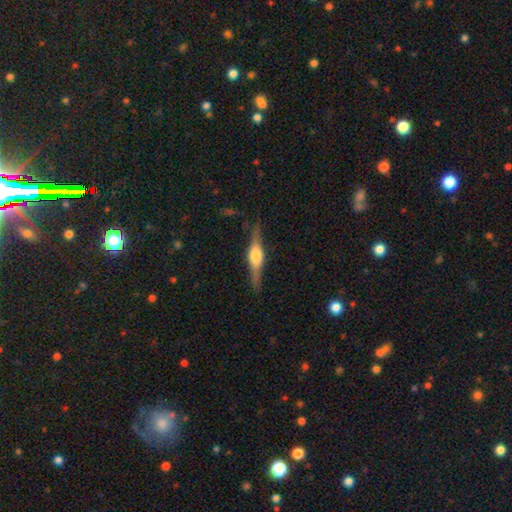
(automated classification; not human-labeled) featured or disk 71%, smooth 23%, star or artifact 6%. Down the decision tree: edge-on disk — yes (96%); edge-on bulge — rounded (85%); merging — none (82%).